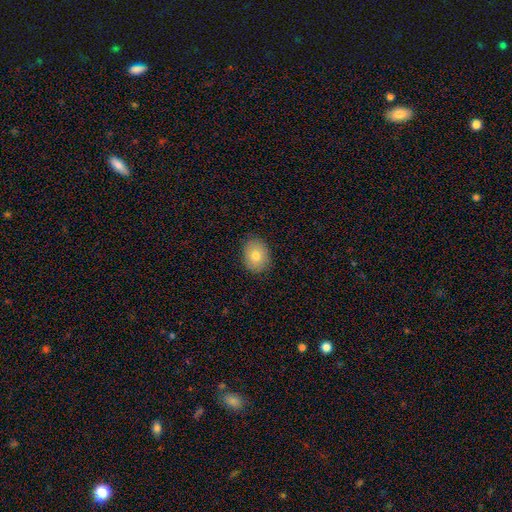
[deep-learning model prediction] smooth 78%, featured or disk 14%, star or artifact 9%. Down the decision tree: how rounded — in between (50%); merging — none (87%).